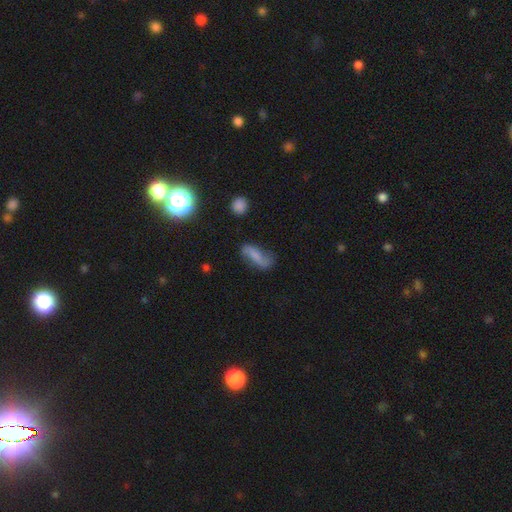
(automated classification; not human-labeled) Q: Smooth or featured?
A: smooth (53%); runner-up: featured or disk (37%)
Q: How rounded?
A: in between (66%); runner-up: cigar-shaped (30%)
Q: Merging?
A: none (59%); runner-up: minor disturbance (26%)